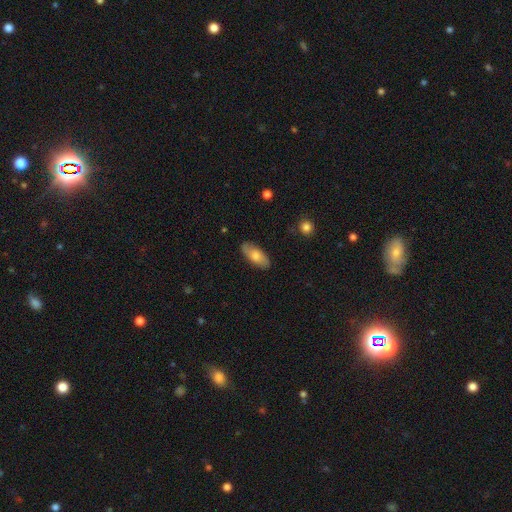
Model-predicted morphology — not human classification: Smooth or featured? smooth (64%)
How rounded? in between (86%)
Merging? none (82%)